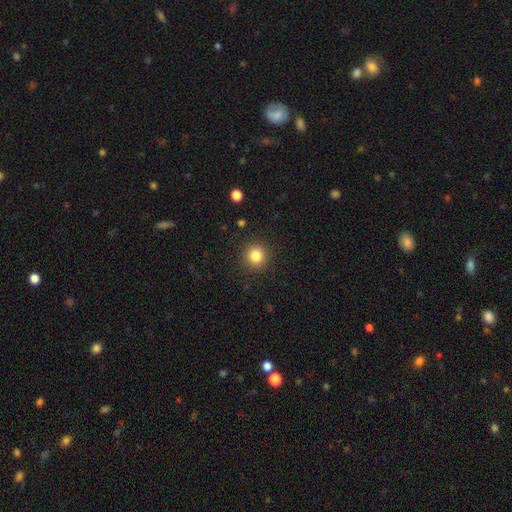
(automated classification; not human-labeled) This is clearly a smooth galaxy (83%). How rounded: clearly round (93%). Merging: clearly none (91%).